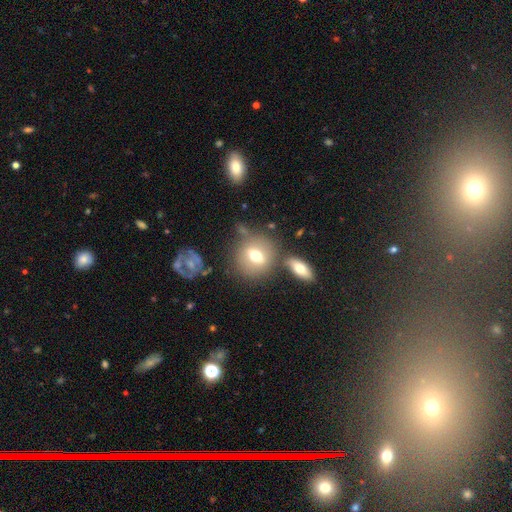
Smooth or featured: smooth — 67% (featured or disk — 23%)
How rounded: round — 85% (in between — 15%)
Merging: none — 57% (minor disturbance — 17%)